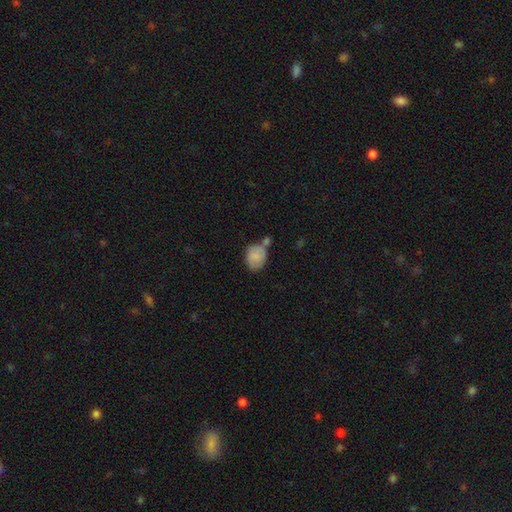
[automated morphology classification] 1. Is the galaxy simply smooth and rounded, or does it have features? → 80% smooth, 12% featured or disk, 7% star or artifact.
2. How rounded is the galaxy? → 56% in between, 43% round, 1% cigar-shaped.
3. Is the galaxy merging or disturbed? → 45% none, 26% merger, 22% minor disturbance, 7% major disturbance.